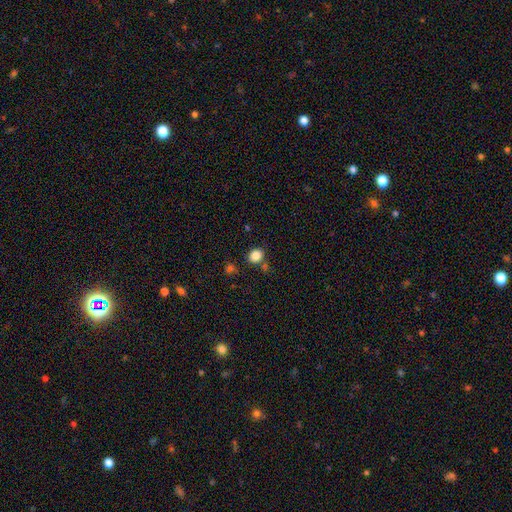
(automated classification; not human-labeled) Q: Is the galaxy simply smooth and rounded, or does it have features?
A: smooth — 85%.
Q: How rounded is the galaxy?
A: round — 68%.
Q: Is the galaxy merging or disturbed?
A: none — 76%.